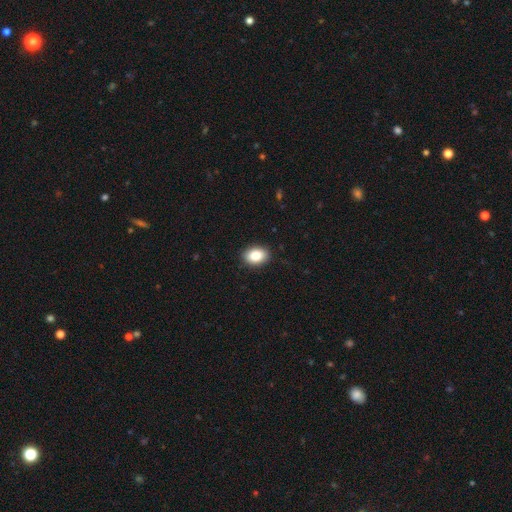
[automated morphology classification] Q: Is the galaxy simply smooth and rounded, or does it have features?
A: smooth — 84%.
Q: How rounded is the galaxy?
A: in between — 78%.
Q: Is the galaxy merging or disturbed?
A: none — 90%.